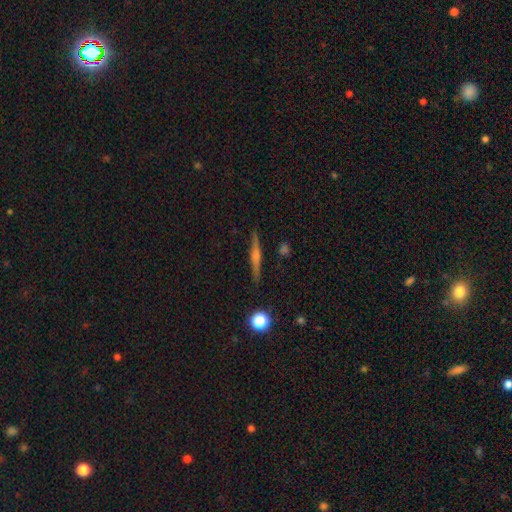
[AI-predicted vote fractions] Overall: featured or disk (67%). Edge-on disk: yes (94%). Edge-on bulge: rounded (82%). Merging: none (88%).